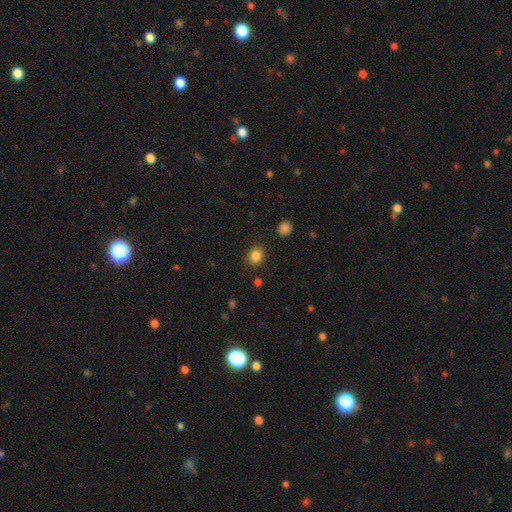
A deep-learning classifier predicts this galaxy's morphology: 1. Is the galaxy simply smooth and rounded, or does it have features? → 84% smooth, 11% star or artifact, 4% featured or disk.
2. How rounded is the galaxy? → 75% round, 24% in between, 1% cigar-shaped.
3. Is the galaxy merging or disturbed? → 83% none, 11% minor disturbance, 3% major disturbance, 2% merger.